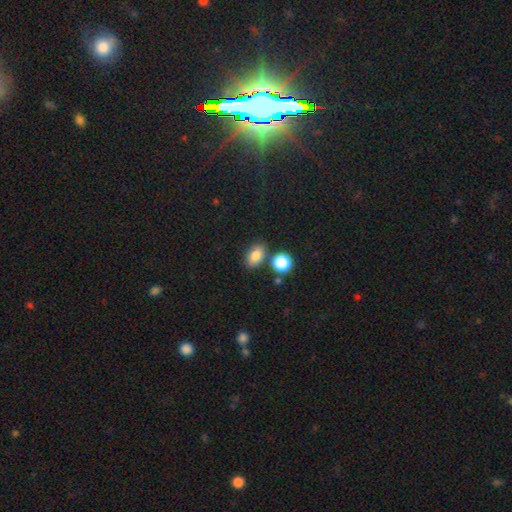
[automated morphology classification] This appears to be a smooth galaxy with no disk features (84%) that is in between round and cigar-shaped (84%). Merging: none (71%).